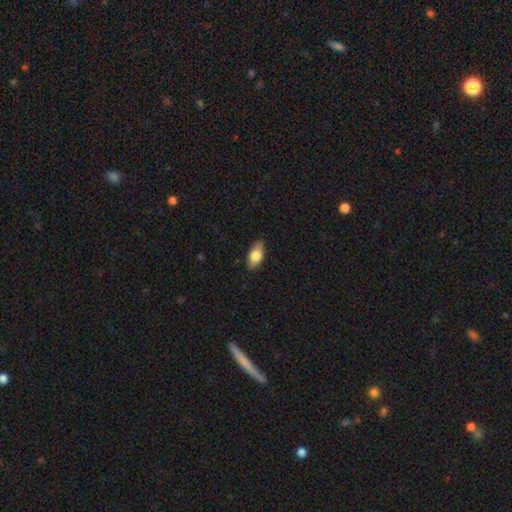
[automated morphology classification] A smooth galaxy with no disk features (74%) that is in between round and cigar-shaped (87%). Merging: none (85%).